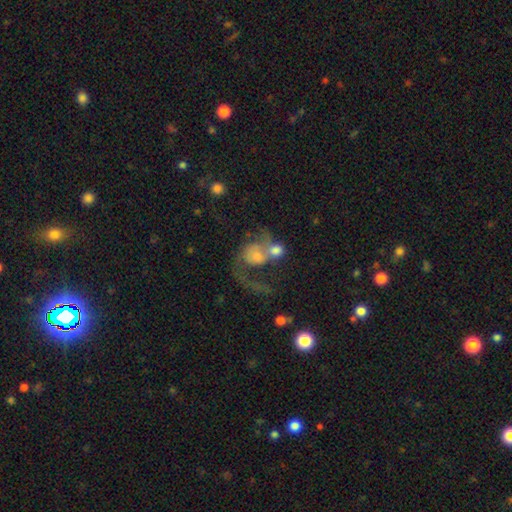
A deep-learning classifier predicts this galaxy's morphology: featured or disk 58%, smooth 33%, star or artifact 9%. Down the decision tree: edge-on disk — no (97%); bar — no (74%); spiral arms — yes (78%); bulge size — small (37%); merging — merger (60%).